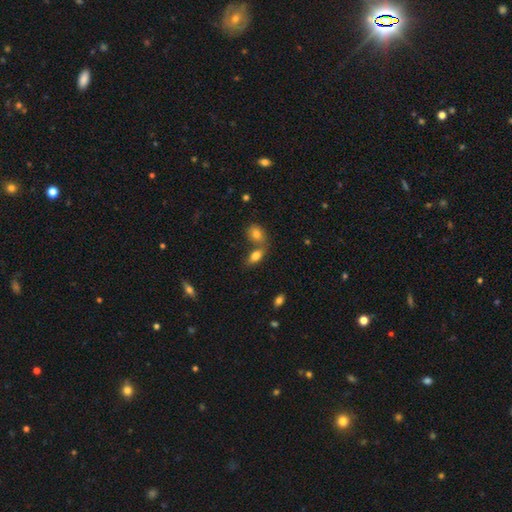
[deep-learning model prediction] A smooth galaxy with no disk features (79%) that is in between round and cigar-shaped (86%). Merging: none (47%).